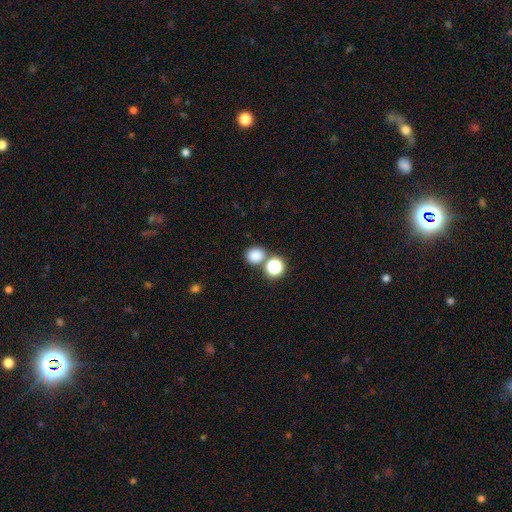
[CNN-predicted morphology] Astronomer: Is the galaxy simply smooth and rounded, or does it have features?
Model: smooth — 81%.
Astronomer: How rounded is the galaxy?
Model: round — 79%.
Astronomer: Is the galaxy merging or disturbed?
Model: none — 67%.